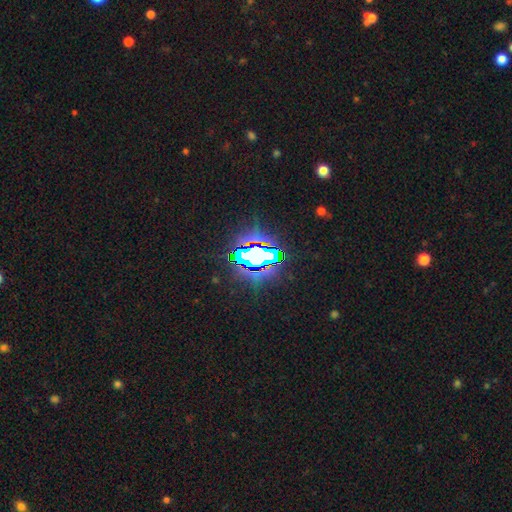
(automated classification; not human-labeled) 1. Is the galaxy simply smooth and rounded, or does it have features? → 73% star or artifact, 14% smooth, 12% featured or disk.